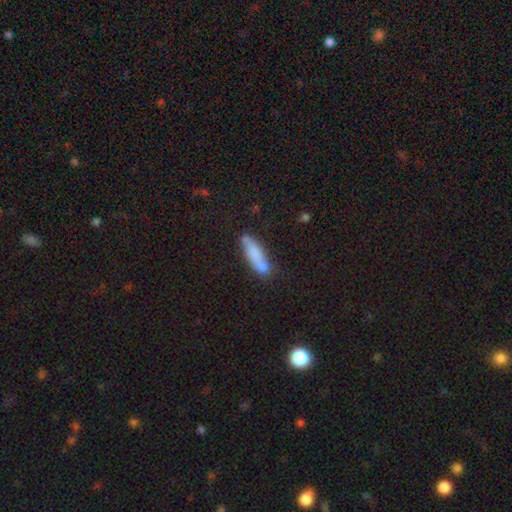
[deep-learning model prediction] A smooth galaxy with no disk features (73%) that is cigar-shaped (70%). Merging: none (67%).